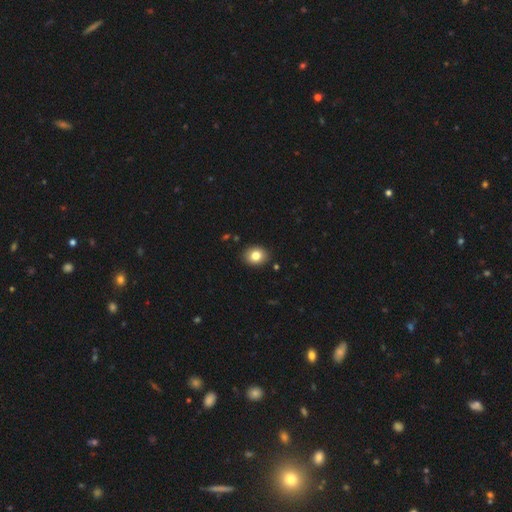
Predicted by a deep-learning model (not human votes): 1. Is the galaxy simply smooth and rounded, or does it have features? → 82% smooth, 10% star or artifact, 9% featured or disk.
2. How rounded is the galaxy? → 55% round, 45% in between, 1% cigar-shaped.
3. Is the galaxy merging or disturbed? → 90% none, 7% minor disturbance, 2% major disturbance, 1% merger.